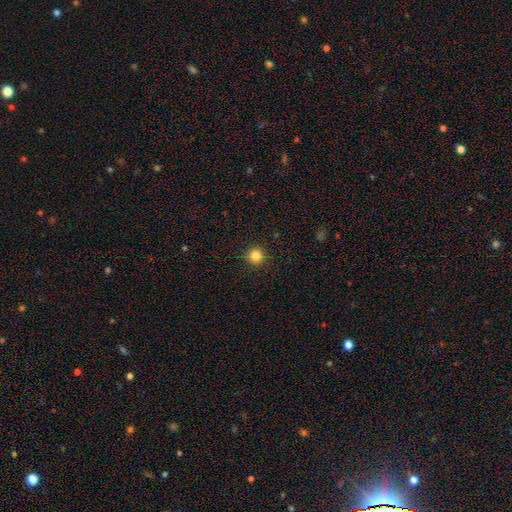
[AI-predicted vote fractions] This is clearly a smooth galaxy (84%). How rounded: clearly round (95%). Merging: clearly none (93%).